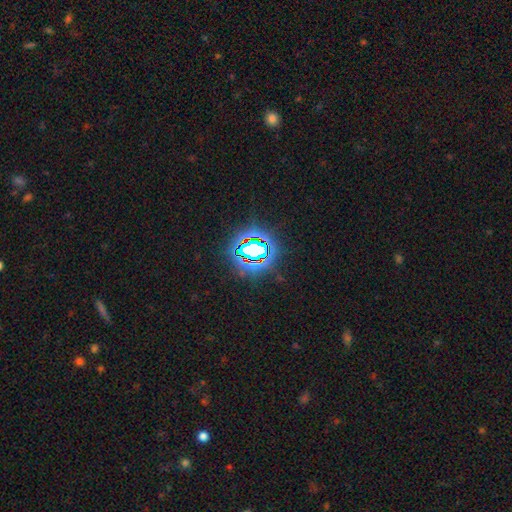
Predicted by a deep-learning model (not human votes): A star or artifact, not a galaxy (75%).

Vote fractions:
- Smooth or featured? star or artifact: 75% / smooth: 16% / featured or disk: 10%